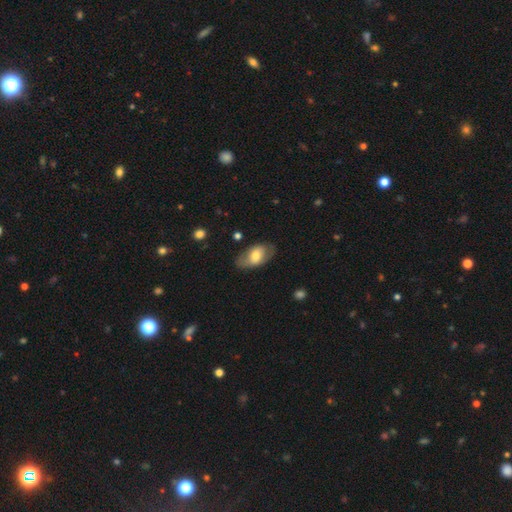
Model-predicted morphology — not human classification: Smooth or featured: smooth — 59% (featured or disk — 34%)
How rounded: in between — 91% (round — 6%)
Merging: none — 70% (minor disturbance — 21%)